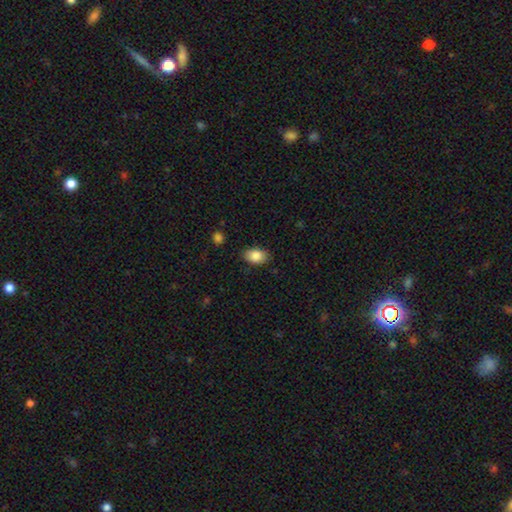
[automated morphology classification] This is clearly a smooth galaxy (87%). How rounded: clearly in between (87%). Merging: clearly none (83%).